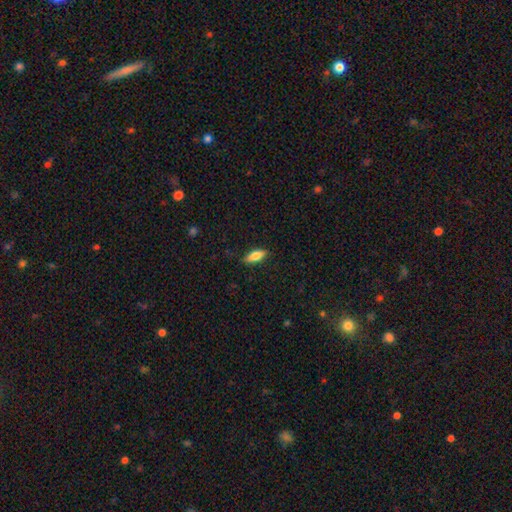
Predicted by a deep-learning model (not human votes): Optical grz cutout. It shows a smooth galaxy with no disk features (77%) that is in between round and cigar-shaped (69%). Merging: none (86%).